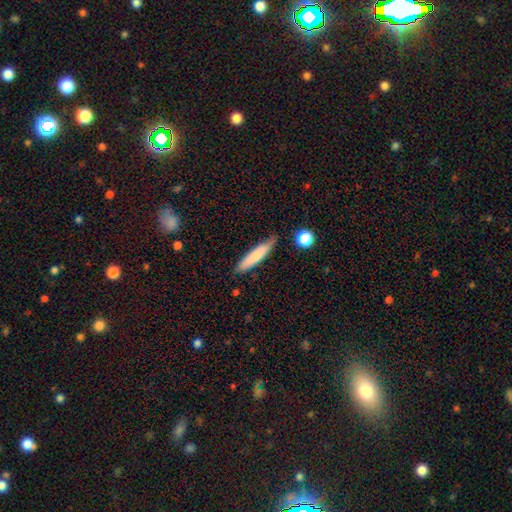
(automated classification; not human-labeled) Smooth or featured?
  - smooth: 76% *
  - featured or disk: 17%
  - star or artifact: 6%
How rounded?
  - cigar-shaped: 87% *
  - in between: 12%
  - round: 1%
Merging?
  - none: 78% *
  - minor disturbance: 17%
  - major disturbance: 3%
  - merger: 2%